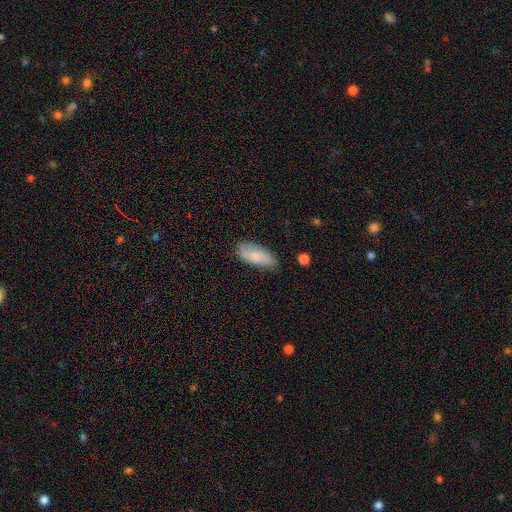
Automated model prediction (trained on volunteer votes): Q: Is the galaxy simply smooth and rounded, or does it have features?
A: smooth — 65%.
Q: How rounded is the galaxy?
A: in between — 88%.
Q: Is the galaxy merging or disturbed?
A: none — 69%.